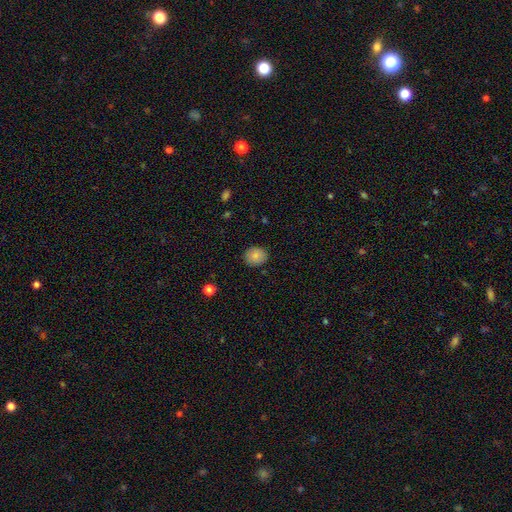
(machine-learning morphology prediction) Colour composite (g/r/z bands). It shows a smooth galaxy with no disk features (85%) that is round (68%). Merging: none (88%).